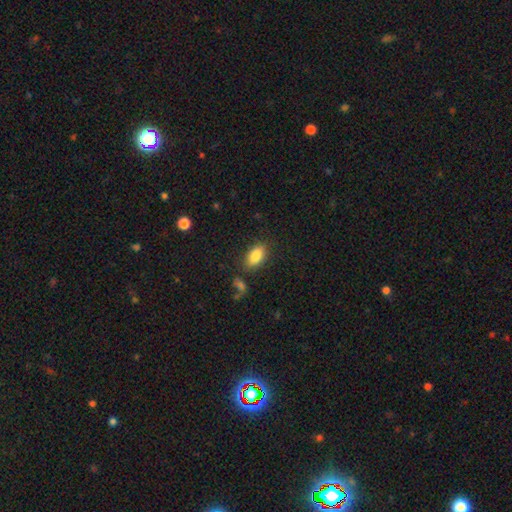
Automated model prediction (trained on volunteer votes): A smooth galaxy with no disk features (86%) that is in between round and cigar-shaped (91%). Merging: none (80%).